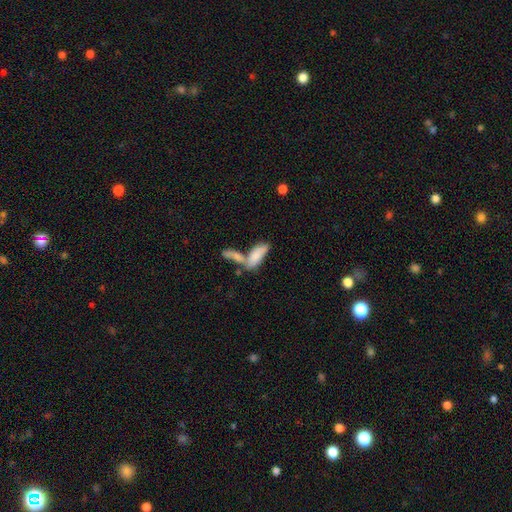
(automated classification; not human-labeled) Smooth or featured? smooth (78%)
How rounded? in between (73%)
Merging? merger (56%)